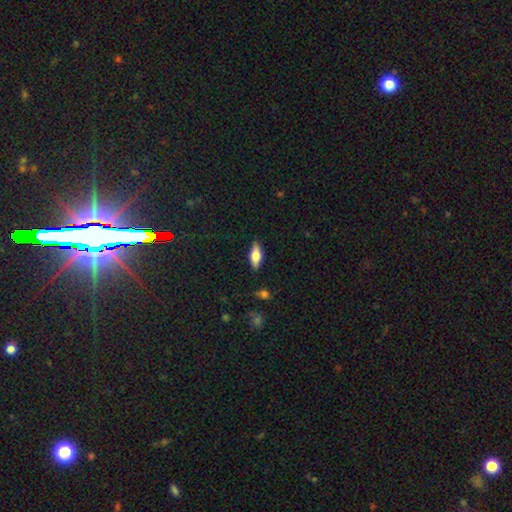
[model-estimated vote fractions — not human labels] This appears to be a smooth galaxy with no disk features (56%) that is in between round and cigar-shaped (70%). Merging: none (86%).